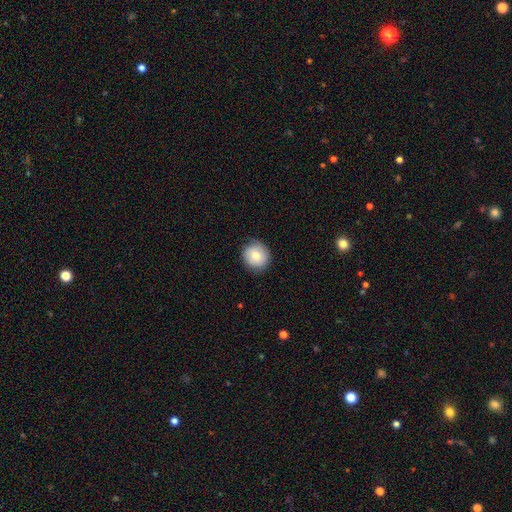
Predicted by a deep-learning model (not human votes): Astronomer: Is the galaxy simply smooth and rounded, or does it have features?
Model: smooth — 76%.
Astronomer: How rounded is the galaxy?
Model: round — 90%.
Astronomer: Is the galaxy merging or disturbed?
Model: none — 86%.